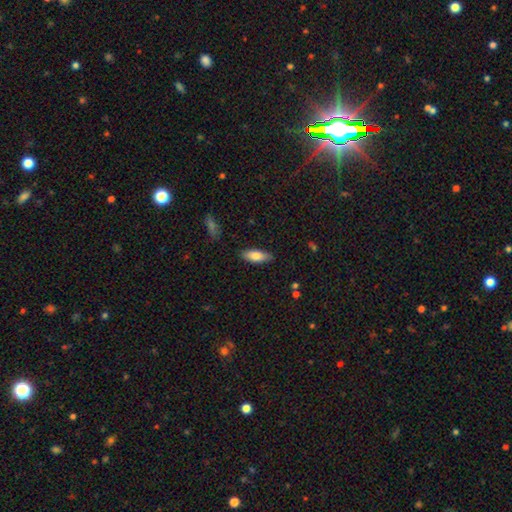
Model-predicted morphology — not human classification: Smooth or featured: smooth — 76% (featured or disk — 18%)
How rounded: in between — 71% (cigar-shaped — 27%)
Merging: none — 86% (minor disturbance — 10%)